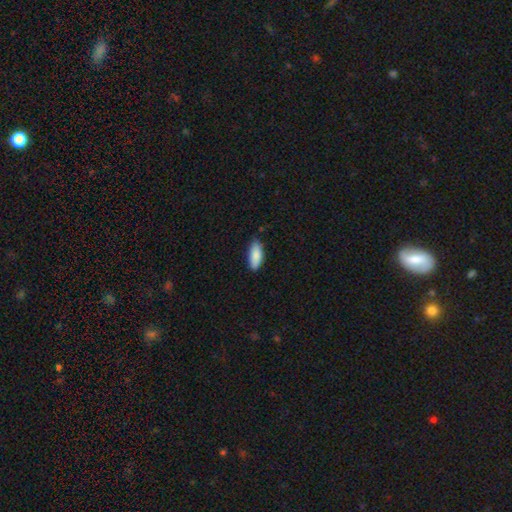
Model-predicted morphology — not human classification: Smooth or featured? smooth (88%)
How rounded? in between (81%)
Merging? none (79%)